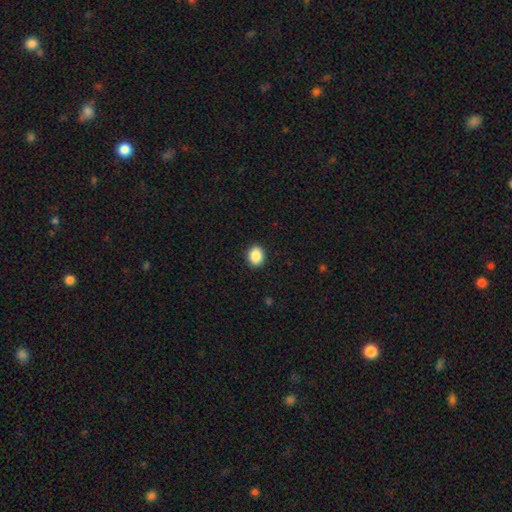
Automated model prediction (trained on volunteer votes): Smooth or featured?
  - smooth: 89% *
  - star or artifact: 8%
  - featured or disk: 3%
How rounded?
  - round: 50% *
  - in between: 49%
  - cigar-shaped: 1%
Merging?
  - none: 91% *
  - minor disturbance: 6%
  - major disturbance: 2%
  - merger: 1%